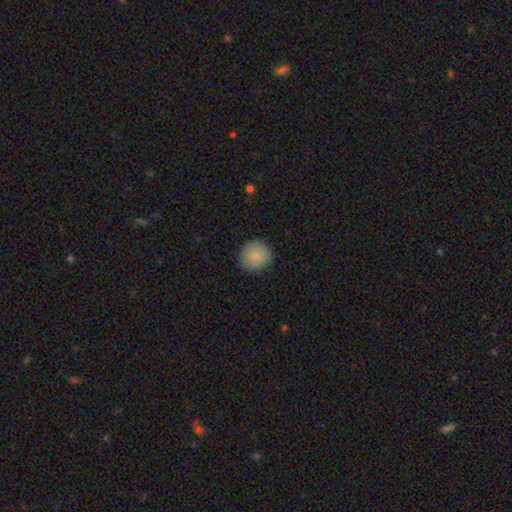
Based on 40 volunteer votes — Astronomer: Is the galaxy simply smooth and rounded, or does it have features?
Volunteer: smooth — 80%.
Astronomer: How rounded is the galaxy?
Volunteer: round — 97%.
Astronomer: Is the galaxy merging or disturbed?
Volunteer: none — 87%.